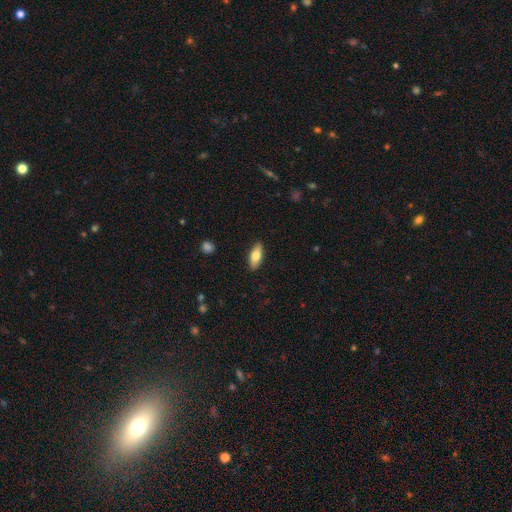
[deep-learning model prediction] Smooth or featured? smooth (72%)
How rounded? in between (78%)
Merging? none (89%)